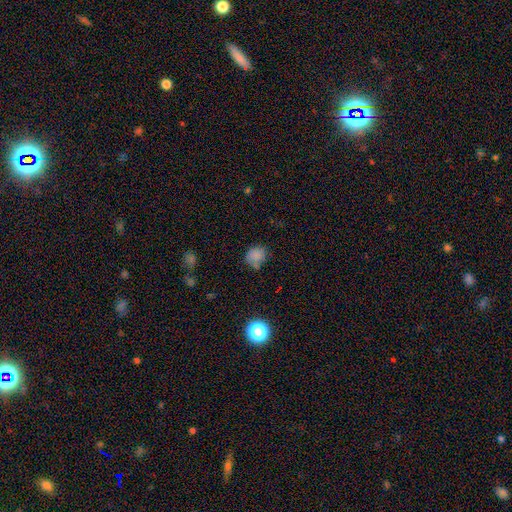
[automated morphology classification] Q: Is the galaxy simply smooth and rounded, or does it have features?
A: smooth — 79%.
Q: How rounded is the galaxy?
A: round — 67%.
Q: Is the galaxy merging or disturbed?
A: none — 59%.